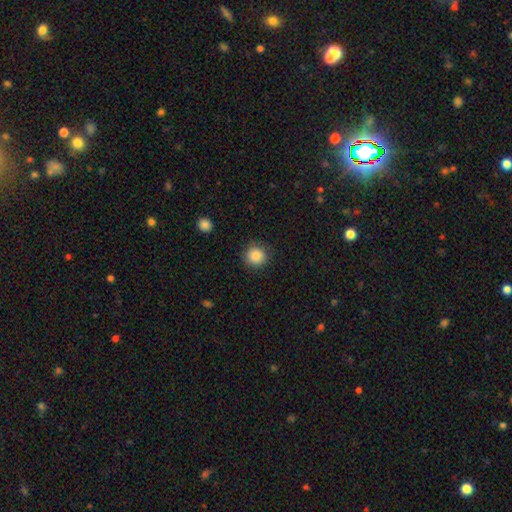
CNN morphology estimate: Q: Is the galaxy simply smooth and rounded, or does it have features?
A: smooth — 86%.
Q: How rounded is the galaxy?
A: round — 92%.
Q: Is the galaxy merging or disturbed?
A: none — 87%.